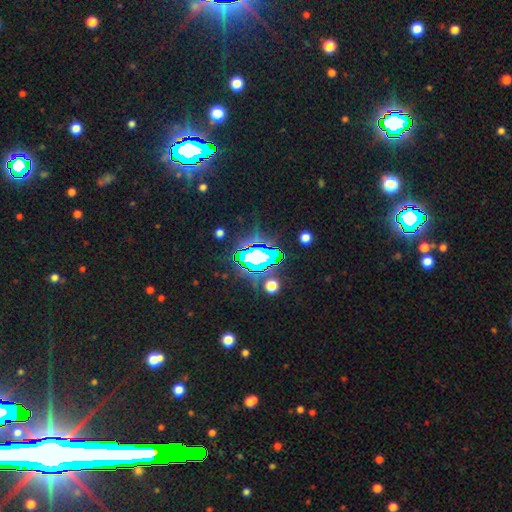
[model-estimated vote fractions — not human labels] Overall: star or artifact (69%).